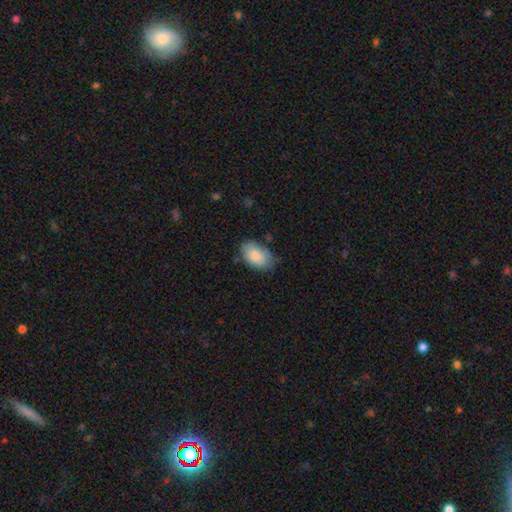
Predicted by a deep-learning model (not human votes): smooth 86%, featured or disk 8%, star or artifact 6%. Down the decision tree: how rounded — in between (93%); merging — none (73%).